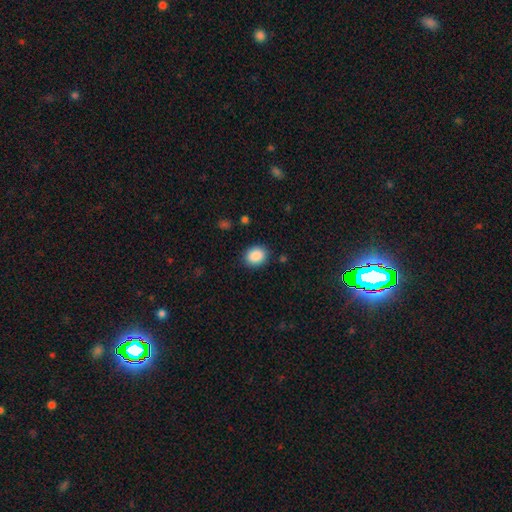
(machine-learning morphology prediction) type=smooth (89%); roundness=round (51%); merging=none (87%).